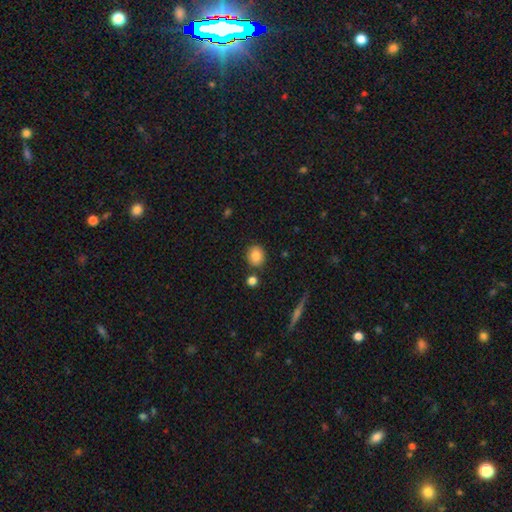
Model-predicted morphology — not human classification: smooth-or-featured: smooth: 85% | star or artifact: 9% | featured or disk: 6%
  how-rounded: round: 72% | in between: 27% | cigar-shaped: 1%
  merging: none: 81% | minor disturbance: 10% | merger: 6% | major disturbance: 3%